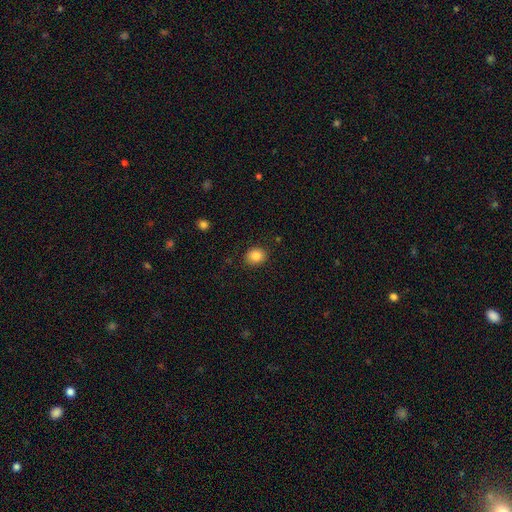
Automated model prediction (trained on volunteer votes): Smooth or featured? smooth (86%)
How rounded? round (63%)
Merging? none (88%)